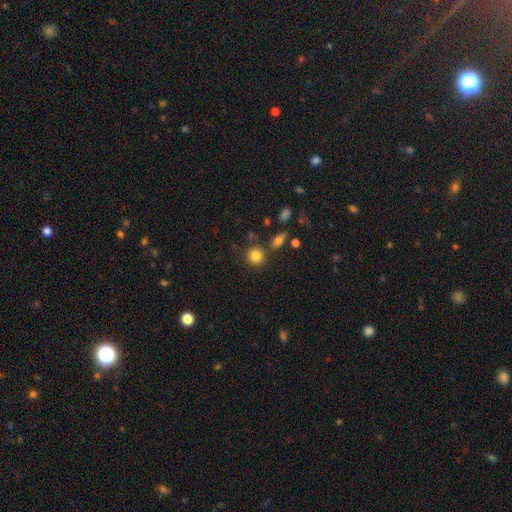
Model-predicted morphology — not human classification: This is clearly a smooth galaxy (83%). How rounded: clearly round (88%). Merging: likely none (76%).